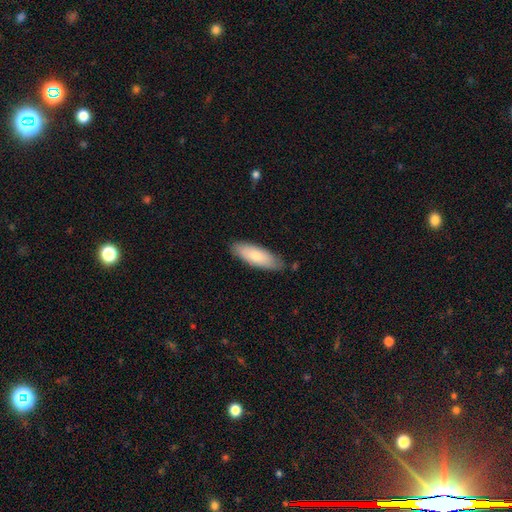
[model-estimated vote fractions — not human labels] Smooth or featured? smooth (76%)
How rounded? in between (64%)
Merging? none (80%)